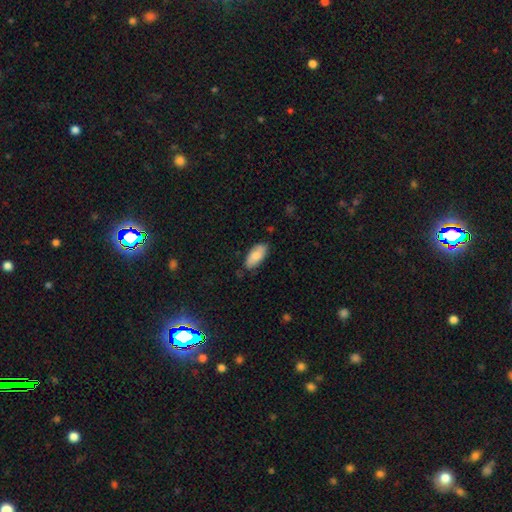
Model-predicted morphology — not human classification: Smooth or featured: smooth — 82% (featured or disk — 12%)
How rounded: in between — 90% (cigar-shaped — 8%)
Merging: none — 77% (minor disturbance — 18%)